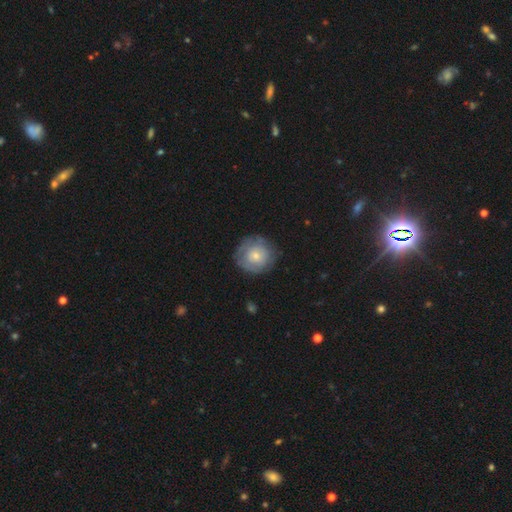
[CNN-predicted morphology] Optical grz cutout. It shows a smooth galaxy with no disk features (59%) that is round (92%). Merging: none (77%).